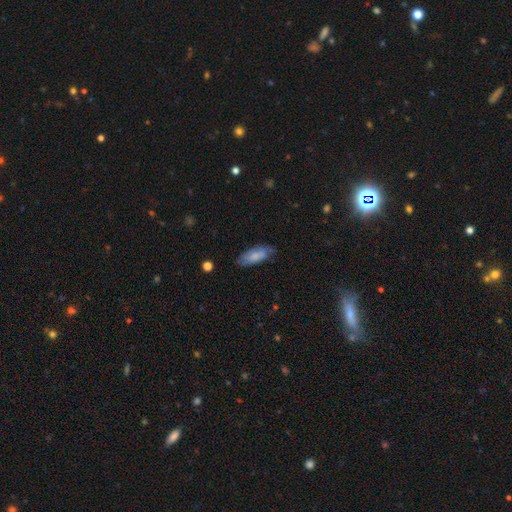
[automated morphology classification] smooth 70%, featured or disk 24%, star or artifact 6%. Down the decision tree: how rounded — in between (75%); merging — none (68%).